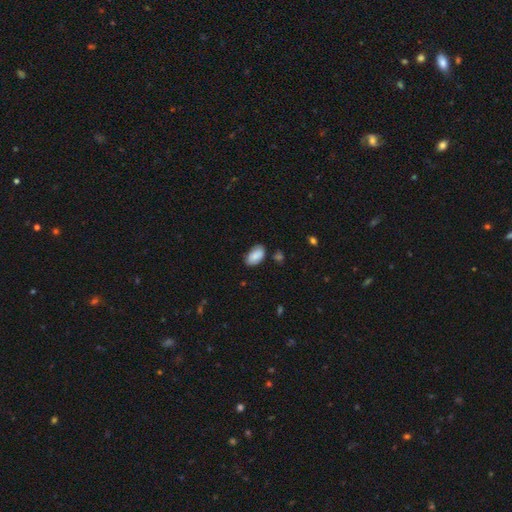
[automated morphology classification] Smooth or featured? smooth (85%)
How rounded? in between (94%)
Merging? none (76%)